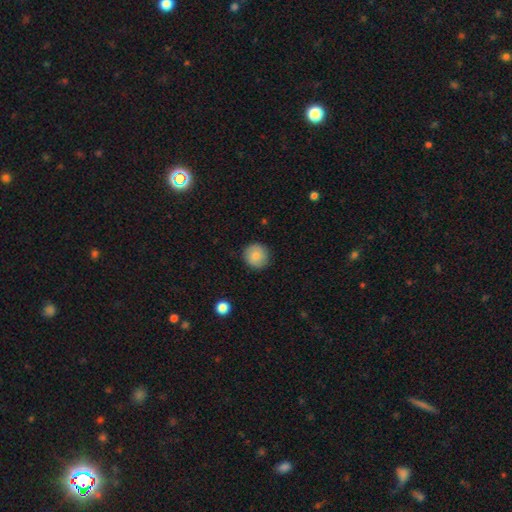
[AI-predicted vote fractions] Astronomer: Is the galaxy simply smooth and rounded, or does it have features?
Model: smooth — 82%.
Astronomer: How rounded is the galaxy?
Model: round — 93%.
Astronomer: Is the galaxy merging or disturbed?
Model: none — 89%.